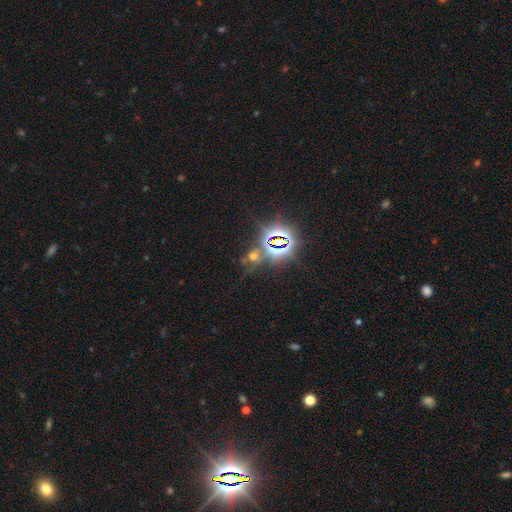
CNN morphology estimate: Smooth or featured: star or artifact — 79% (smooth — 12%)